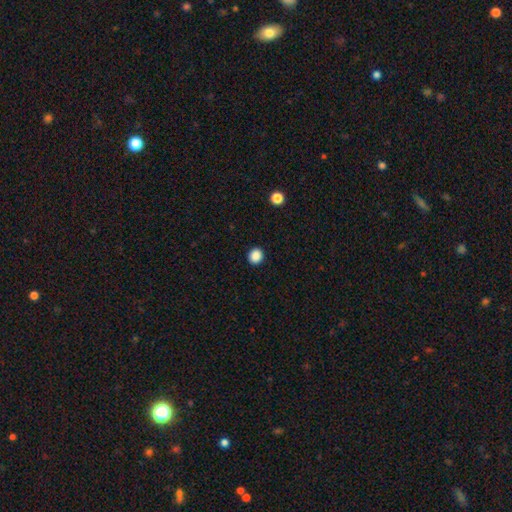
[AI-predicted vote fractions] Smooth or featured? smooth (88%)
How rounded? round (82%)
Merging? none (92%)